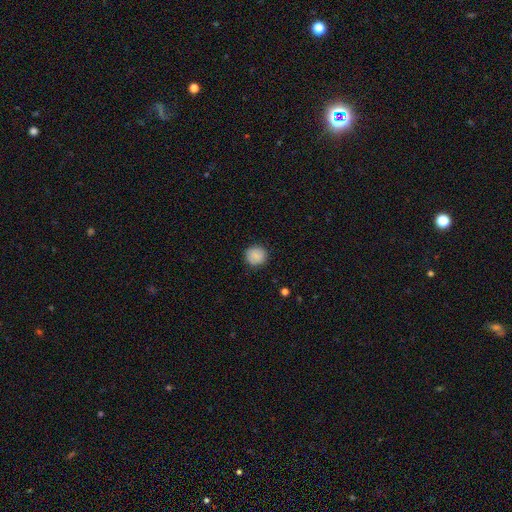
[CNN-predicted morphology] Smooth or featured? smooth (86%)
How rounded? round (93%)
Merging? none (89%)